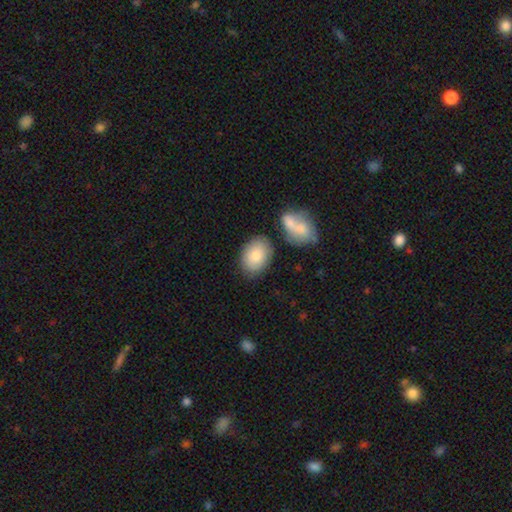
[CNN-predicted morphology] smooth 84%, featured or disk 10%, star or artifact 6%. Down the decision tree: how rounded — in between (81%); merging — none (75%).